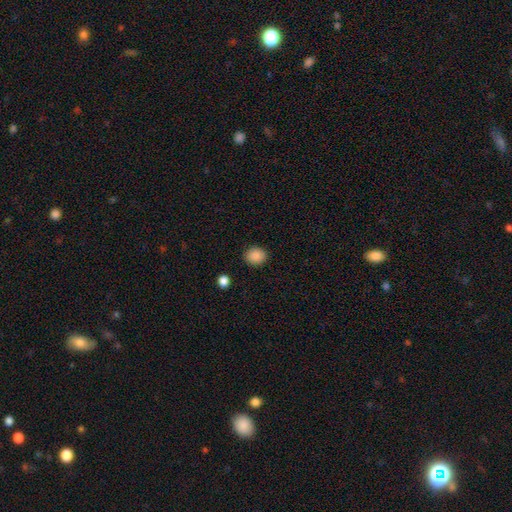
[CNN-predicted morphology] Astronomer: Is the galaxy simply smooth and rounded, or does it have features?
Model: smooth — 88%.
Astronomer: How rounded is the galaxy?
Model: round — 74%.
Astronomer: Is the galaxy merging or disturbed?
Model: none — 89%.